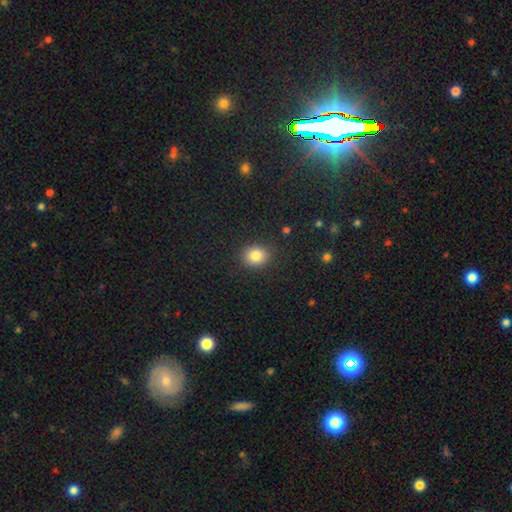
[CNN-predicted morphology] Overall: smooth (84%). How rounded: round (69%; in between 30%). Merging: none (88%).